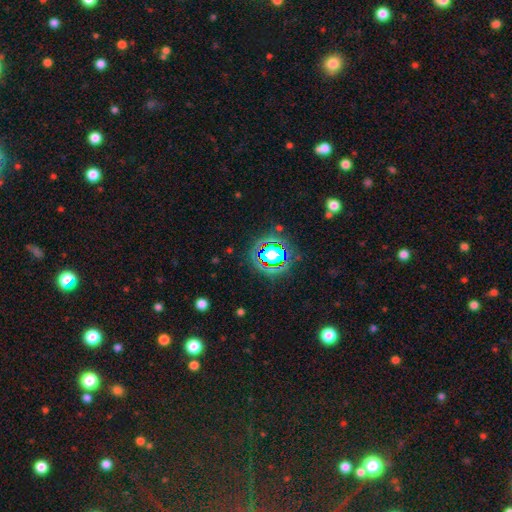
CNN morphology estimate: The model was most divided on "smooth or featured": star or artifact: 74%, smooth: 17%, featured or disk: 10%.